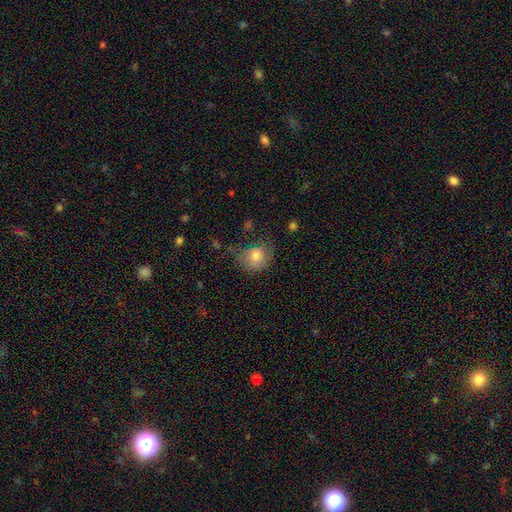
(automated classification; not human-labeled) Smooth or featured? smooth (76%)
How rounded? round (68%)
Merging? none (44%)